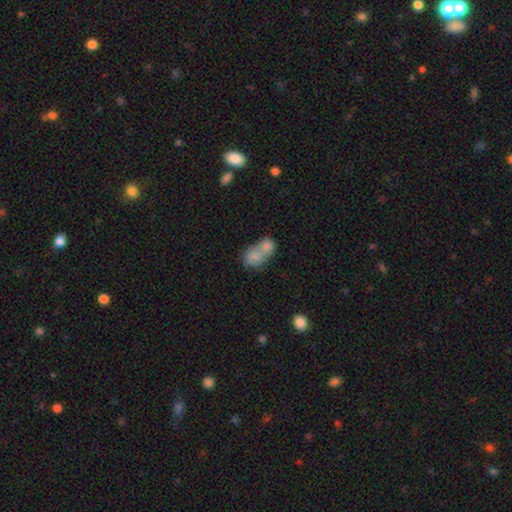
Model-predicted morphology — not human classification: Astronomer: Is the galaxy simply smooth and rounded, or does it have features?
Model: smooth — 76%.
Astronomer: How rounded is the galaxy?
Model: in between — 70%.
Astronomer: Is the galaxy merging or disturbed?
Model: merger — 74%.